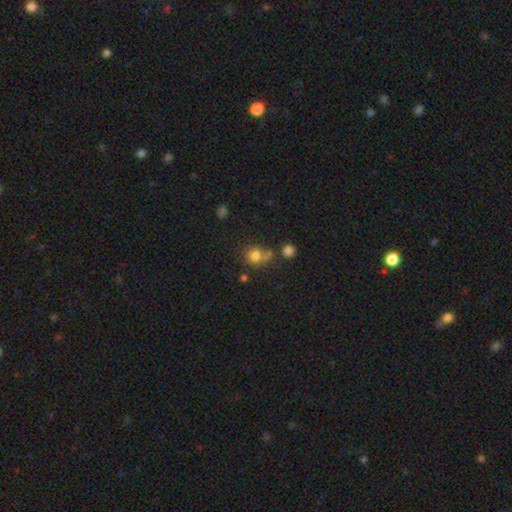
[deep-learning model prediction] smooth 77%, star or artifact 14%, featured or disk 8%. Down the decision tree: how rounded — round (85%); merging — none (60%).